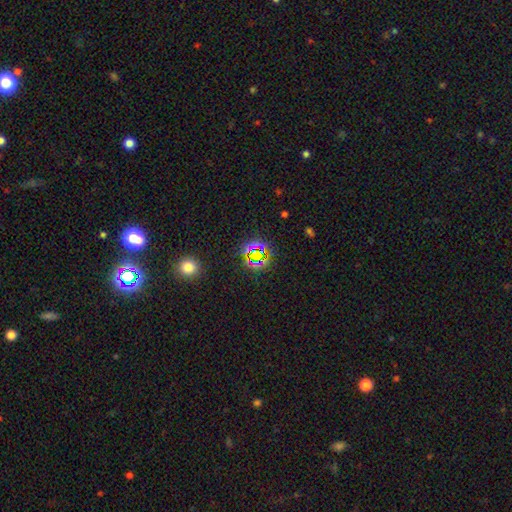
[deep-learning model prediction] smooth_or_featured: star or artifact (p=0.69) [alt: smooth p=0.21]